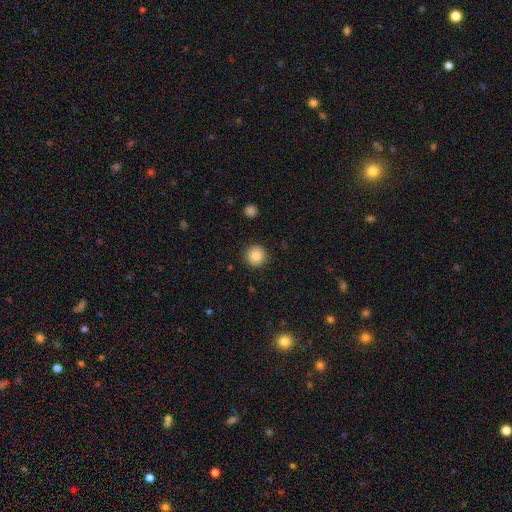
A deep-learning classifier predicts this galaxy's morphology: type=smooth (86%); roundness=round (95%); merging=none (92%).